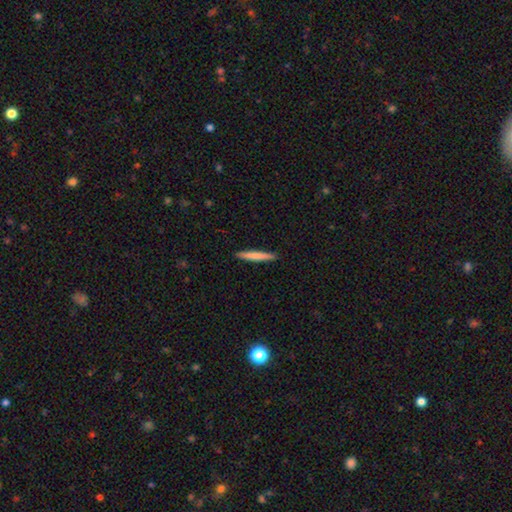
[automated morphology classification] Smooth or featured? smooth (75%)
How rounded? cigar-shaped (95%)
Merging? none (91%)